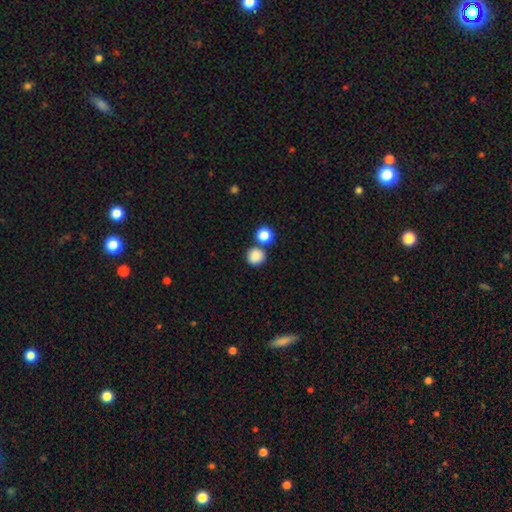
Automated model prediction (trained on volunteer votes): A smooth galaxy with no disk features (86%) that is round (93%). Merging: none (73%).